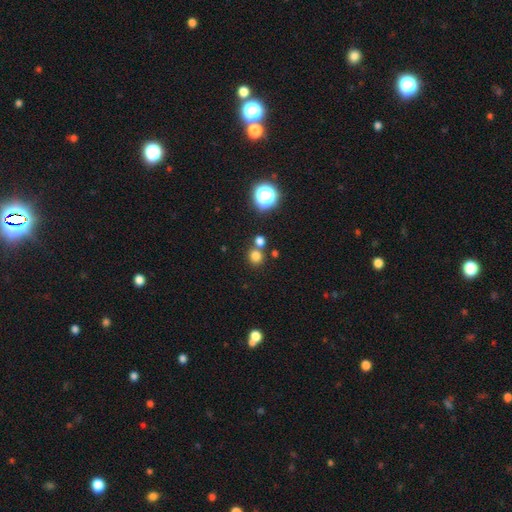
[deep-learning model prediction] smooth_or_featured: smooth (p=0.75) [alt: star or artifact p=0.19]
how_rounded: round (p=0.89) [alt: in between p=0.10]
merging: none (p=0.67) [alt: merger p=0.23]